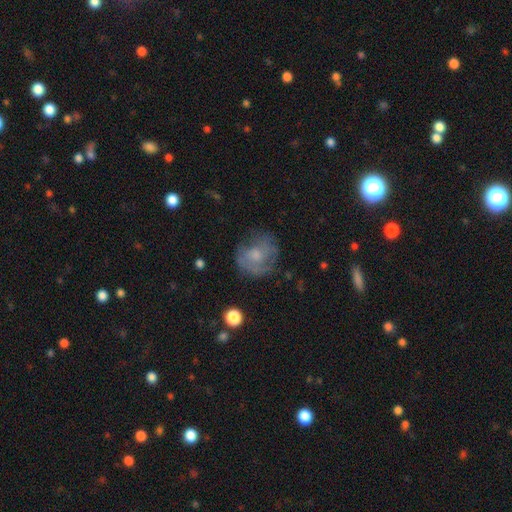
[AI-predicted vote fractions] This is possibly a smooth galaxy (46%). Merging: possibly none (58%).